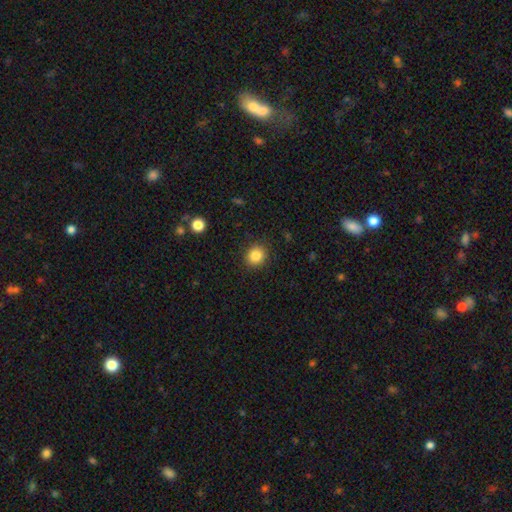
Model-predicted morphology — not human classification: smooth 85%, star or artifact 10%, featured or disk 5%. Down the decision tree: how rounded — round (83%); merging — none (89%).